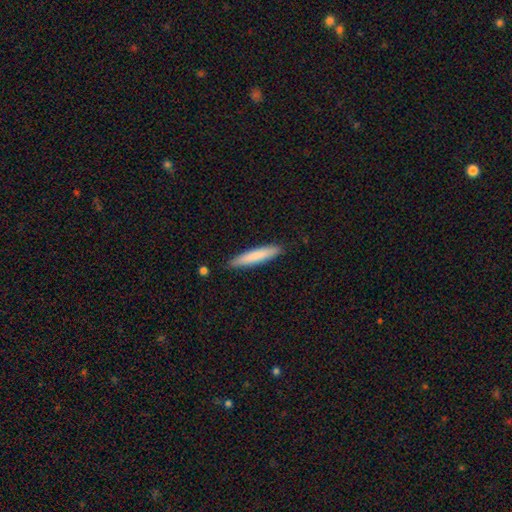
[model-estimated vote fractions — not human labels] smooth 80%, featured or disk 14%, star or artifact 5%. Down the decision tree: how rounded — cigar-shaped (90%); merging — none (89%).